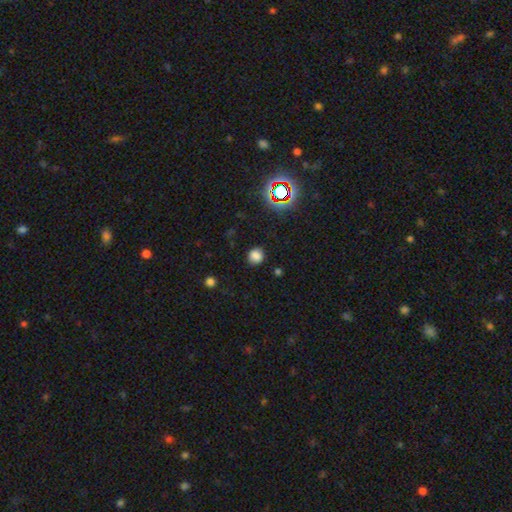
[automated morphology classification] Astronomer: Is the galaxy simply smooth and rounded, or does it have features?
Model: smooth — 77%.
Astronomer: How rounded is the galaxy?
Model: round — 79%.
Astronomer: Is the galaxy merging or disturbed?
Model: none — 84%.